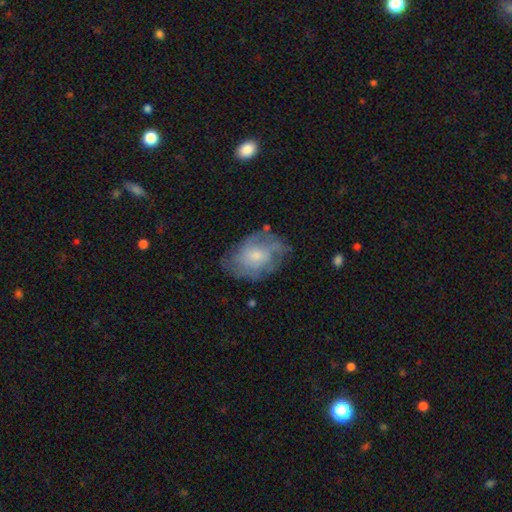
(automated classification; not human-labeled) Overall: featured or disk (53%; smooth 38%). Edge-on disk: no (96%). Bar: no (75%). Spiral arms: yes (63%; no 37%). Bulge size: small (54%; moderate 36%). Merging: none (60%; minor disturbance 25%).